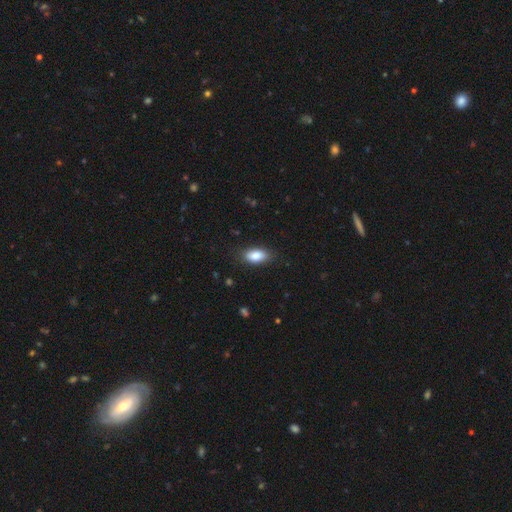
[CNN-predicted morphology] The model was most divided on "merging": none: 83%, minor disturbance: 13%, major disturbance: 3%, merger: 1%. More confident: how rounded — in between (89%); smooth or featured — smooth (87%).